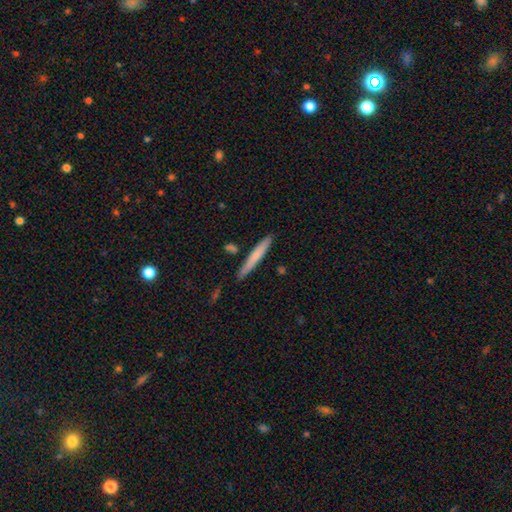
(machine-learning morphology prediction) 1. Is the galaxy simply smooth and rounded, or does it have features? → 66% smooth, 28% featured or disk, 6% star or artifact.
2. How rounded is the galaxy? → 96% cigar-shaped, 3% in between, 1% round.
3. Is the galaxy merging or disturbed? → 86% none, 9% minor disturbance, 3% merger, 2% major disturbance.